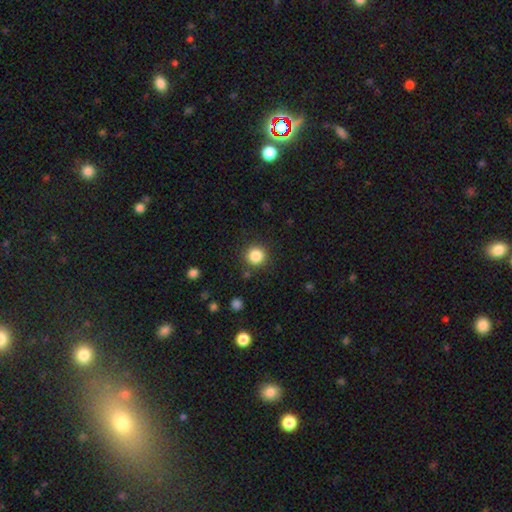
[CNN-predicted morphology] This is clearly a smooth galaxy (84%). How rounded: clearly round (94%). Merging: clearly none (89%).